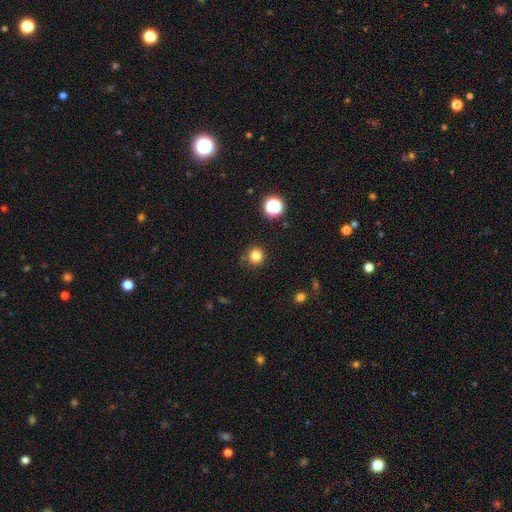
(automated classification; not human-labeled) Smooth or featured? Predicted: smooth (p=0.82). How rounded? Predicted: round (p=0.95). Merging? Predicted: none (p=0.86).